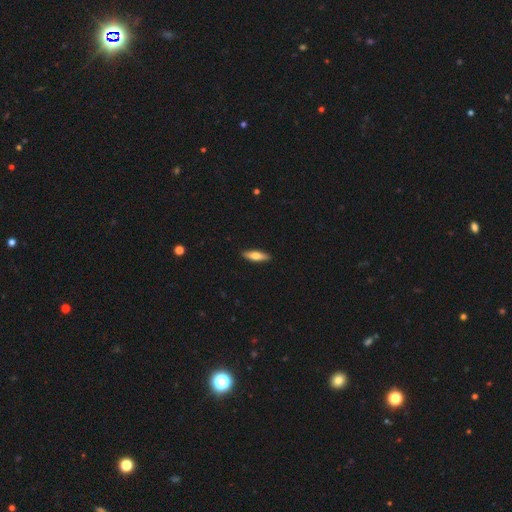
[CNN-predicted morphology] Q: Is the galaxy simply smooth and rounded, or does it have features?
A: smooth — 67%.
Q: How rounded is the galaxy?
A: cigar-shaped — 56%.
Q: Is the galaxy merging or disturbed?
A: none — 90%.